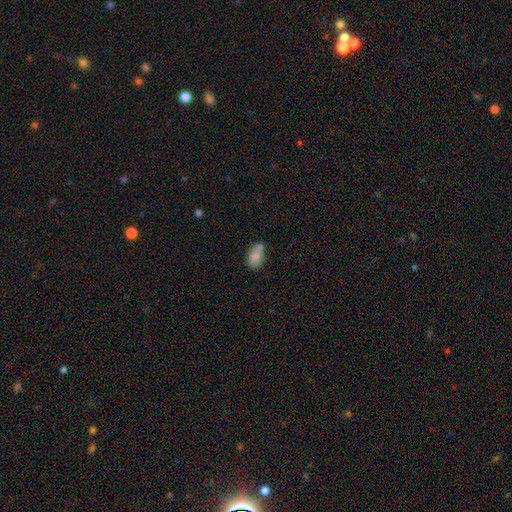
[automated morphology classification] smooth-or-featured: smooth: 78% | featured or disk: 13% | star or artifact: 9%
  how-rounded: in between: 87% | round: 11% | cigar-shaped: 2%
  merging: none: 48% | merger: 27% | minor disturbance: 20% | major disturbance: 6%